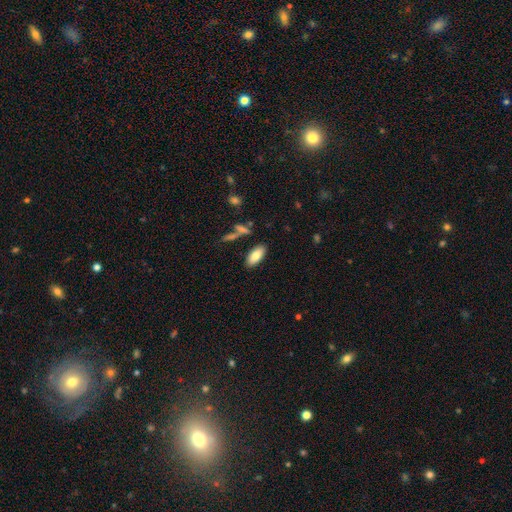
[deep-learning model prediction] Morphology: type=smooth (81%); roundness=in between (89%); merging=none (83%).